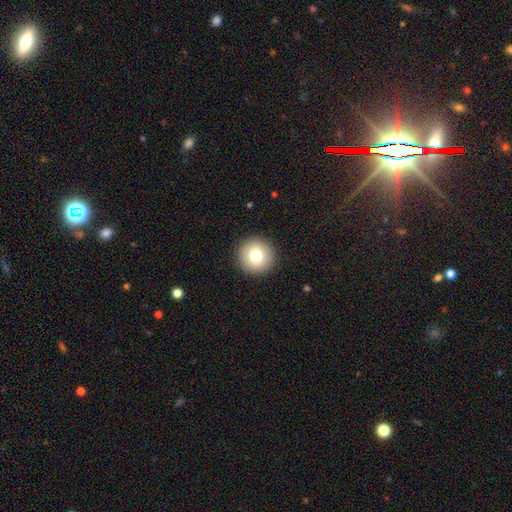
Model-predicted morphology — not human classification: smooth_or_featured: smooth (p=0.77) [alt: featured or disk p=0.13]
how_rounded: round (p=0.95) [alt: in between p=0.04]
merging: none (p=0.93) [alt: minor disturbance p=0.05]